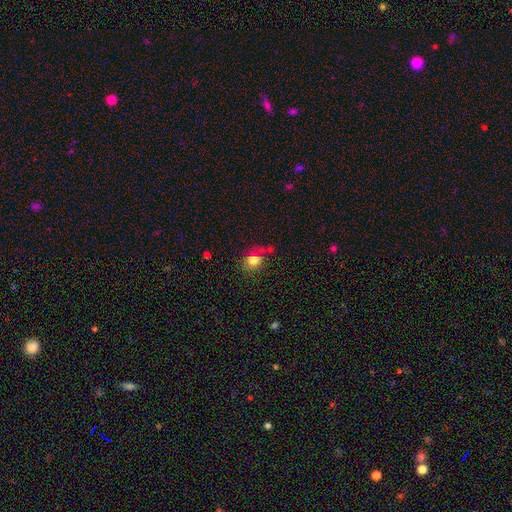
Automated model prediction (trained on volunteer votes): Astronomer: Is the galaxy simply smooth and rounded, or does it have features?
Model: smooth — 79%.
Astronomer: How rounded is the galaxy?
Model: round — 73%.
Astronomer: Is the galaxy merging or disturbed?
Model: none — 61%.